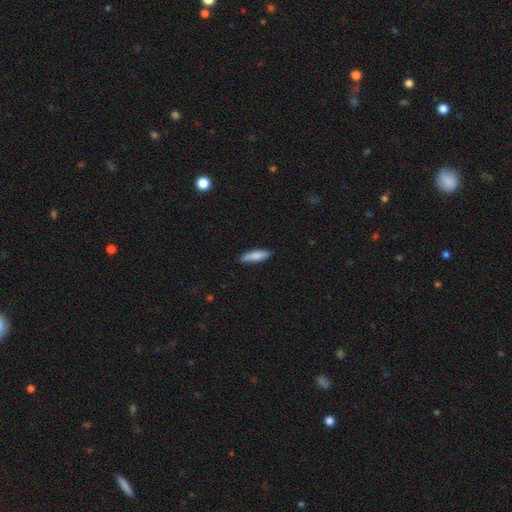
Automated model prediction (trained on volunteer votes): Morphology: type=smooth (83%); roundness=cigar-shaped (70%); merging=none (84%).